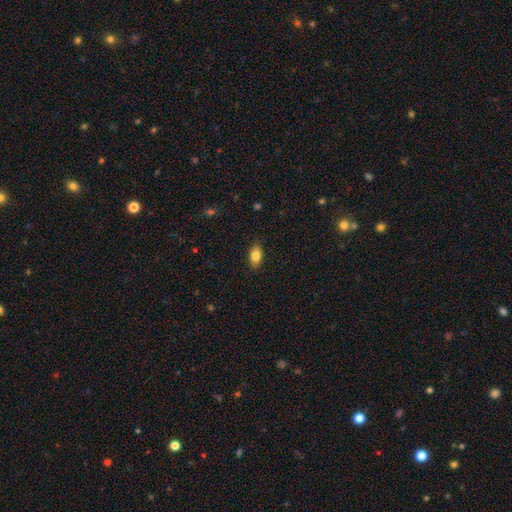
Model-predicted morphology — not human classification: type=smooth (83%); roundness=in between (90%); merging=none (88%).